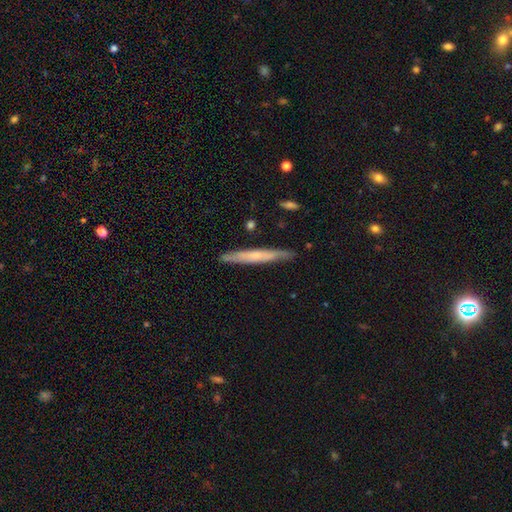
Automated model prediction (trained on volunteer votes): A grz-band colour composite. It shows a featured or disk galaxy (48%). Merging: none (87%).